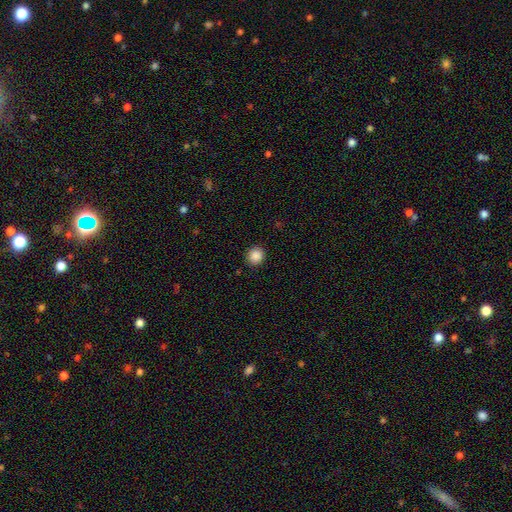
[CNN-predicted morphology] smooth_or_featured: smooth (p=0.88) [alt: star or artifact p=0.09]
how_rounded: round (p=0.86) [alt: in between p=0.13]
merging: none (p=0.90) [alt: minor disturbance p=0.07]